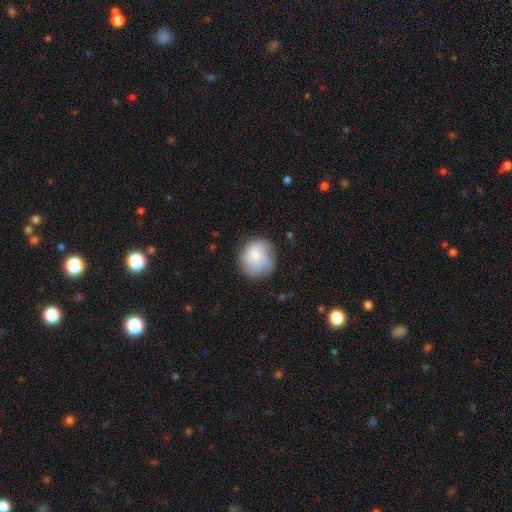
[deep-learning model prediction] Smooth or featured?
  - smooth: 72% *
  - featured or disk: 21%
  - star or artifact: 8%
How rounded?
  - round: 78% *
  - in between: 21%
  - cigar-shaped: 1%
Merging?
  - none: 60% *
  - minor disturbance: 27%
  - major disturbance: 11%
  - merger: 2%